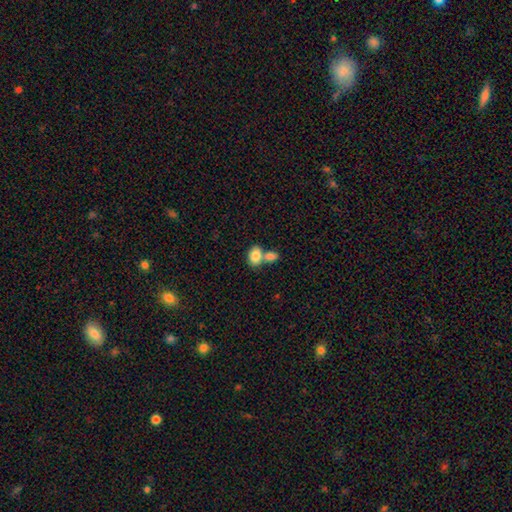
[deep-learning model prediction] Q: Smooth or featured?
A: smooth (84%); runner-up: featured or disk (9%)
Q: How rounded?
A: in between (78%); runner-up: round (20%)
Q: Merging?
A: merger (53%); runner-up: none (36%)